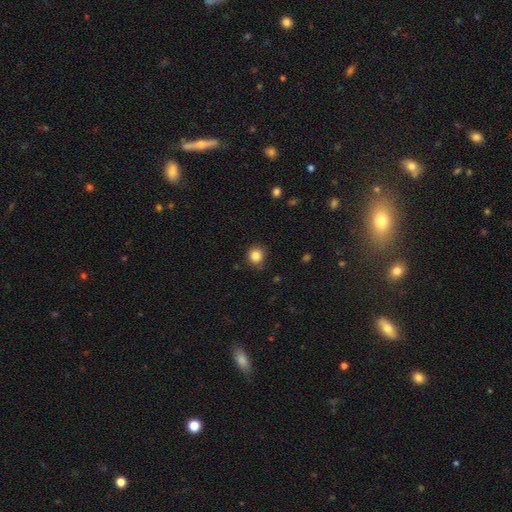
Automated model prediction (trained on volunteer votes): Morphology: type=smooth (84%); roundness=round (91%); merging=none (87%).